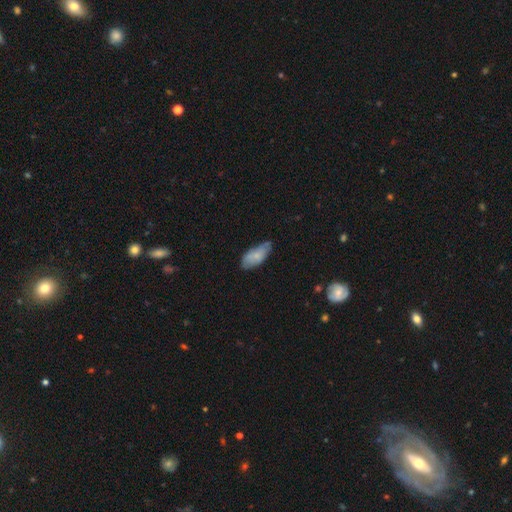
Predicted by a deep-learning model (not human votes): This is likely a smooth galaxy (75%). How rounded: clearly in between (88%). Merging: possibly none (49%).